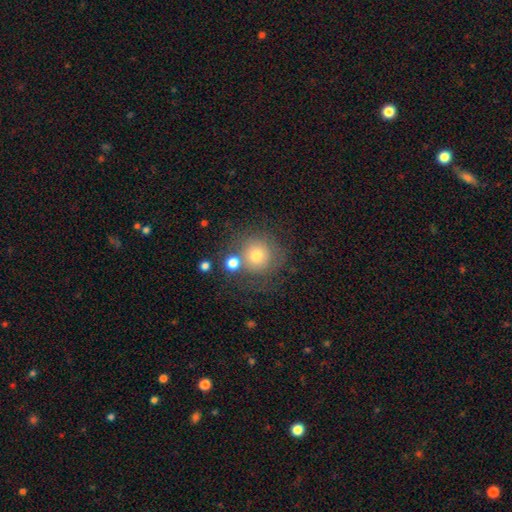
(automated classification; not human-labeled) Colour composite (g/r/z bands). It shows a smooth galaxy with no disk features (68%) that is round (93%). Merging: none (64%).